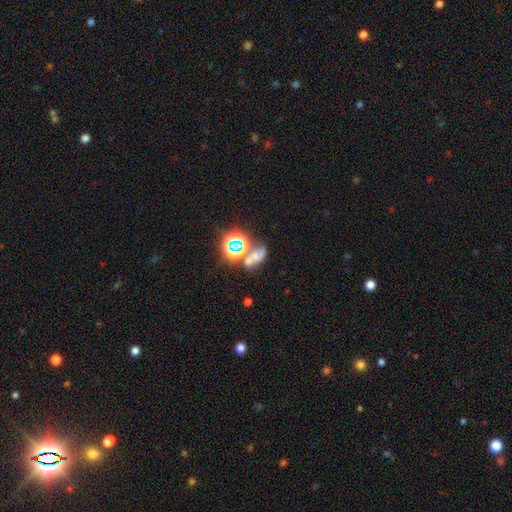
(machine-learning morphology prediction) Smooth or featured? smooth (45%)
Merging? none (38%)